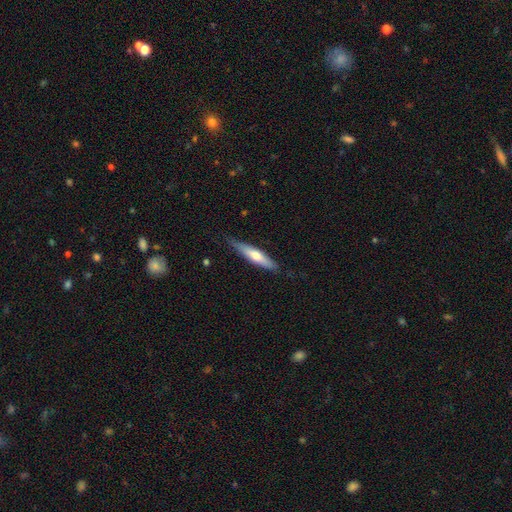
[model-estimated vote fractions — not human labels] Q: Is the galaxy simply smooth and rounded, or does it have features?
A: smooth — 53%.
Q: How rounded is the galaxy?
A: cigar-shaped — 80%.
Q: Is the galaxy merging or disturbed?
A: none — 75%.